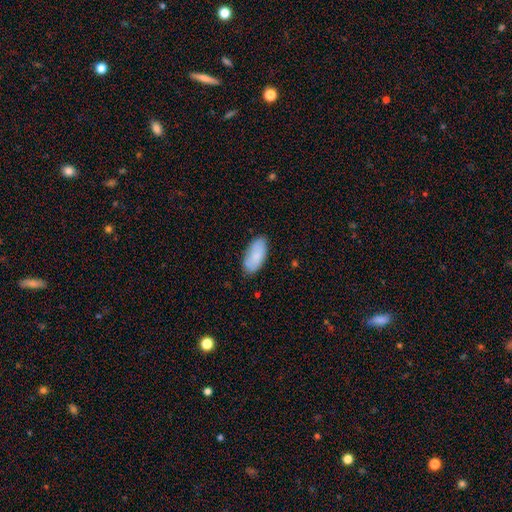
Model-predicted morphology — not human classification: smooth_or_featured: smooth (p=0.83) [alt: featured or disk p=0.12]
how_rounded: in between (p=0.93) [alt: cigar-shaped p=0.05]
merging: none (p=0.80) [alt: minor disturbance p=0.16]